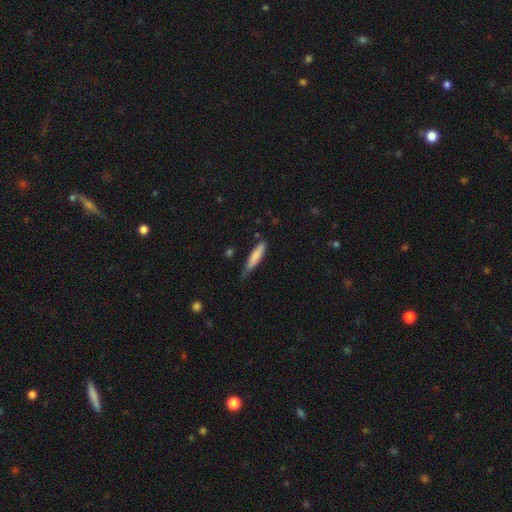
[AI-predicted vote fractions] Overall: smooth (81%). How rounded: cigar-shaped (78%). Merging: none (52%; minor disturbance 38%).